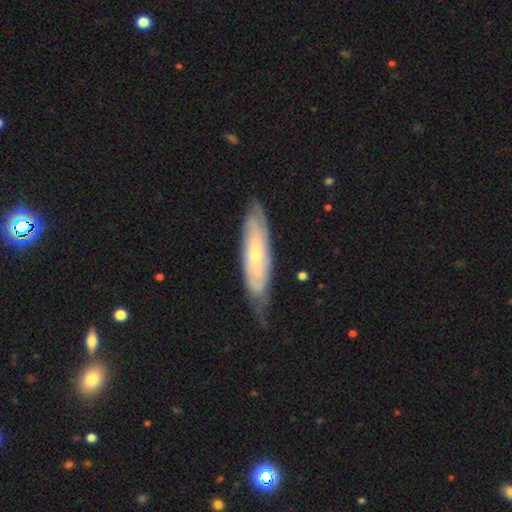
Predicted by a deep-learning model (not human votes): smooth-or-featured: featured or disk: 62% | smooth: 32% | star or artifact: 6%
  disk-edge-on: no: 67% | yes: 33%
  merging: none: 63% | minor disturbance: 28% | major disturbance: 8% | merger: 2%